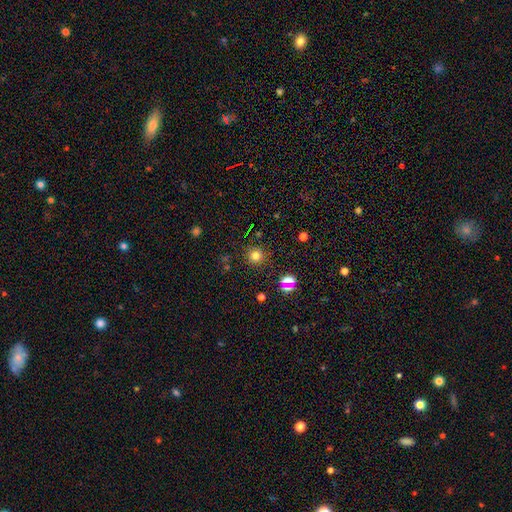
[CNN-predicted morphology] Smooth or featured? Predicted: smooth (p=0.73). How rounded? Predicted: round (p=0.95). Merging? Predicted: none (p=0.89).